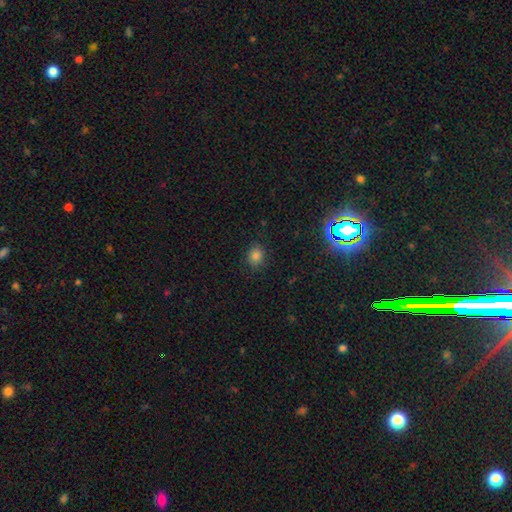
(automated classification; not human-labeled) smooth 78%, star or artifact 17%, featured or disk 5%. Down the decision tree: how rounded — round (71%); merging — none (85%).